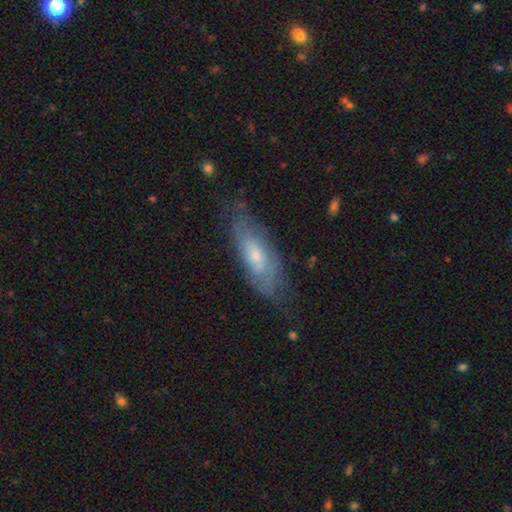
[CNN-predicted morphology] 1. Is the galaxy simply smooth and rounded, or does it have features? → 48% featured or disk, 44% smooth, 7% star or artifact.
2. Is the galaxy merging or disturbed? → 68% none, 24% minor disturbance, 7% major disturbance, 2% merger.